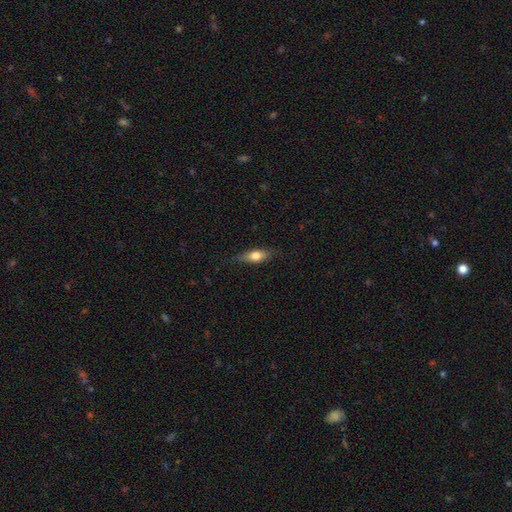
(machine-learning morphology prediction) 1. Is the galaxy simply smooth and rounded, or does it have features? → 64% smooth, 29% featured or disk, 7% star or artifact.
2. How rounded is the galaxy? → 57% in between, 39% cigar-shaped, 5% round.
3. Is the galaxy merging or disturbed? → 78% none, 17% minor disturbance, 4% major disturbance, 1% merger.